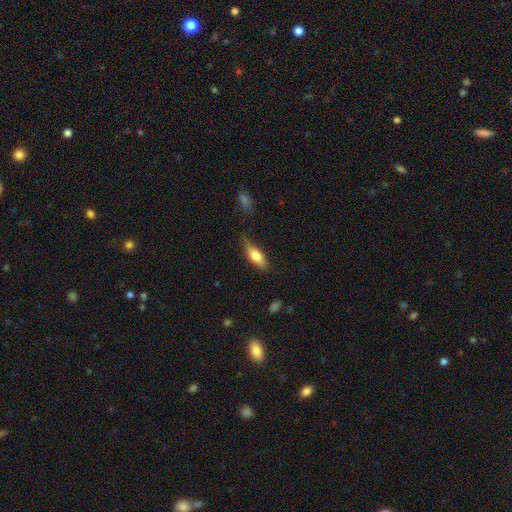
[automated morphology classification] A smooth galaxy with no disk features (75%) that is in between round and cigar-shaped (61%).

Vote fractions:
- Smooth or featured? smooth: 75% / featured or disk: 18% / star or artifact: 6%
- How rounded? in between: 61% / cigar-shaped: 36% / round: 2%
- Merging? none: 71% / minor disturbance: 22% / major disturbance: 5% / merger: 2%